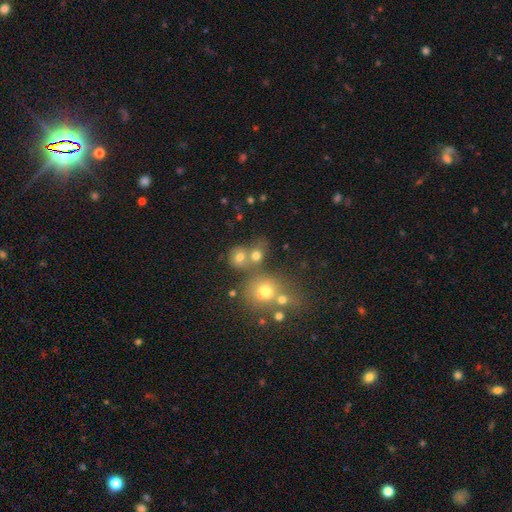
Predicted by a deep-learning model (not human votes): Overall: smooth (70%). How rounded: round (76%). Merging: none (50%; merger 34%).